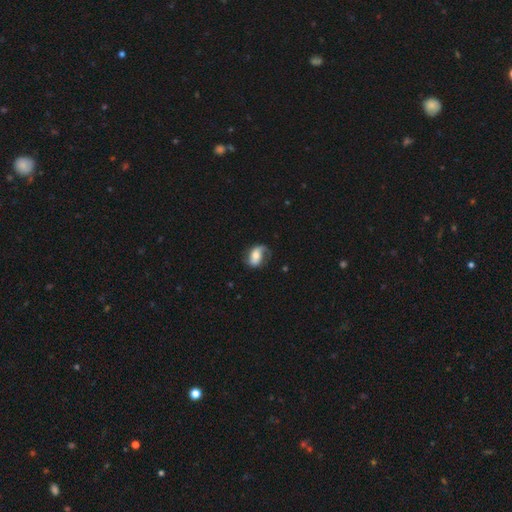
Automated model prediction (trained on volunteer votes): smooth_or_featured: featured or disk (p=0.58) [alt: smooth p=0.35]
disk_edge_on: no (p=0.96) [alt: yes p=0.04]
bar: no (p=0.48) [alt: weak p=0.32]
has_spiral_arms: yes (p=0.86) [alt: no p=0.14]
bulge_size: moderate (p=0.56) [alt: small p=0.25]
merging: none (p=0.53) [alt: minor disturbance p=0.27]